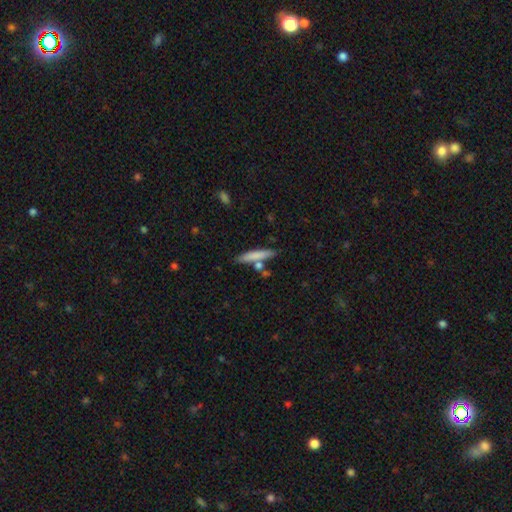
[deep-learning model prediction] Q: Smooth or featured?
A: smooth (76%); runner-up: featured or disk (18%)
Q: How rounded?
A: cigar-shaped (90%); runner-up: in between (8%)
Q: Merging?
A: none (77%); runner-up: minor disturbance (11%)